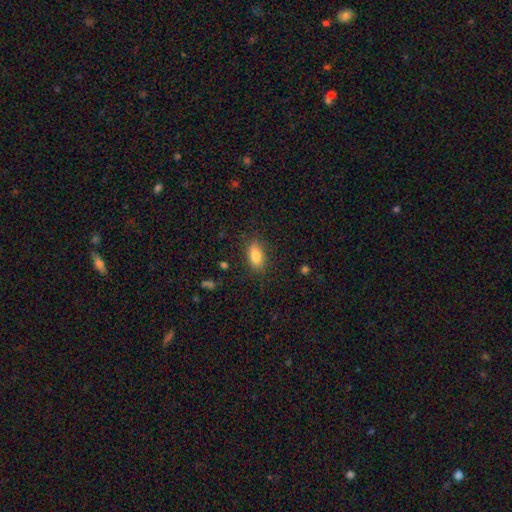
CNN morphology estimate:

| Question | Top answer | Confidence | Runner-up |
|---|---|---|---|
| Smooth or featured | smooth | 82% | featured or disk (10%) |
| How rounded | in between | 88% | round (7%) |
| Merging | none | 84% | minor disturbance (12%) |